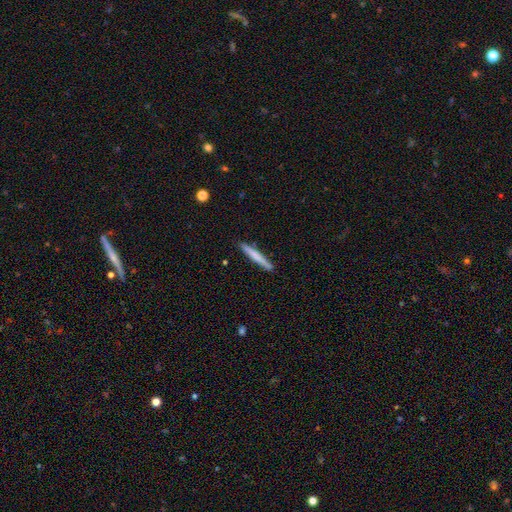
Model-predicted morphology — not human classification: Overall: smooth (66%; featured or disk 28%). How rounded: cigar-shaped (96%). Merging: none (89%).